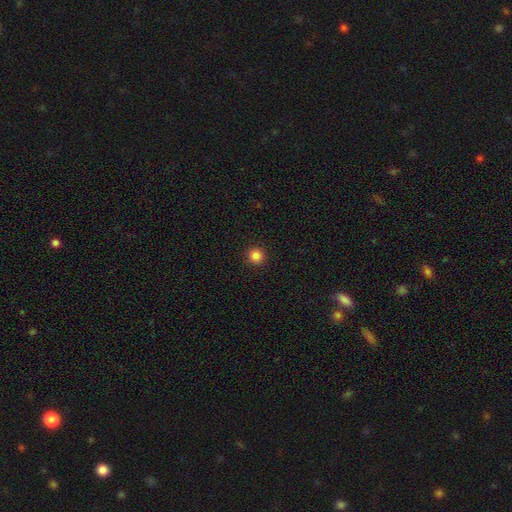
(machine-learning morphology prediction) Smooth or featured?
  - smooth: 84% *
  - star or artifact: 12%
  - featured or disk: 4%
How rounded?
  - round: 94% *
  - in between: 5%
  - cigar-shaped: 1%
Merging?
  - none: 93% *
  - minor disturbance: 5%
  - major disturbance: 2%
  - merger: 1%